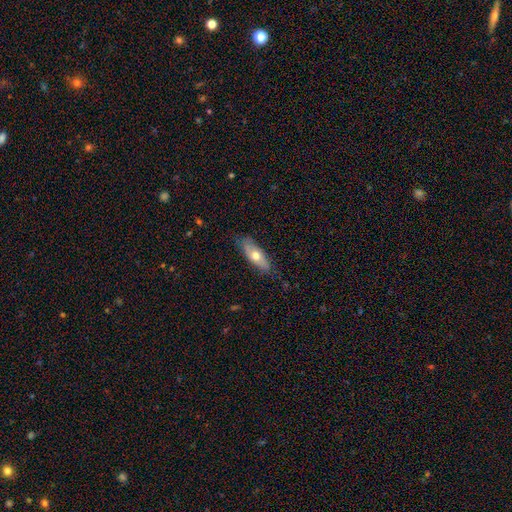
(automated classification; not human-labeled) smooth-or-featured: smooth: 58% | featured or disk: 37% | star or artifact: 6%
  how-rounded: in between: 69% | cigar-shaped: 28% | round: 3%
  merging: none: 79% | minor disturbance: 17% | major disturbance: 3% | merger: 1%